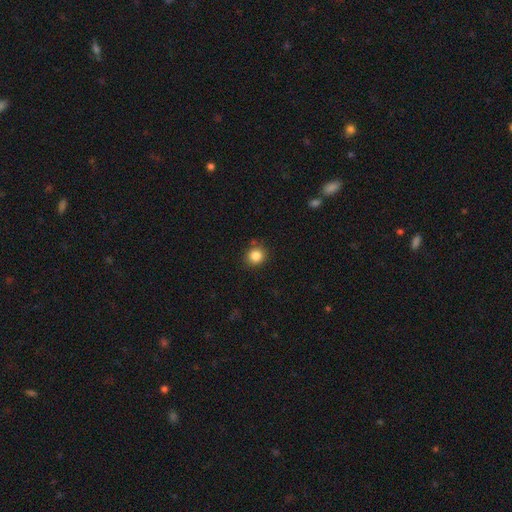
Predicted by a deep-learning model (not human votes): Overall: smooth (85%). How rounded: round (87%). Merging: none (86%).